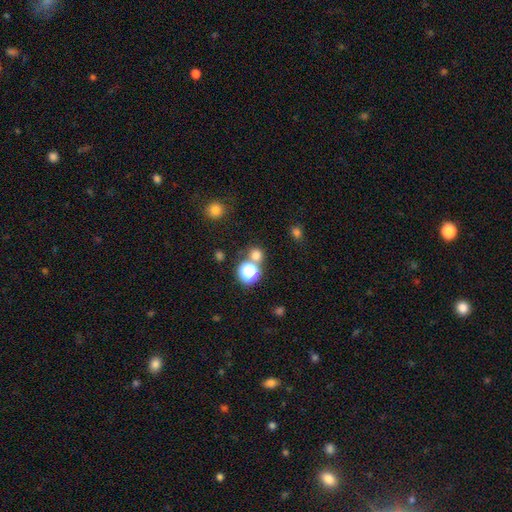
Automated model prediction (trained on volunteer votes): Smooth or featured: smooth — 67% (star or artifact — 27%)
How rounded: round — 88% (in between — 11%)
Merging: none — 68% (merger — 21%)